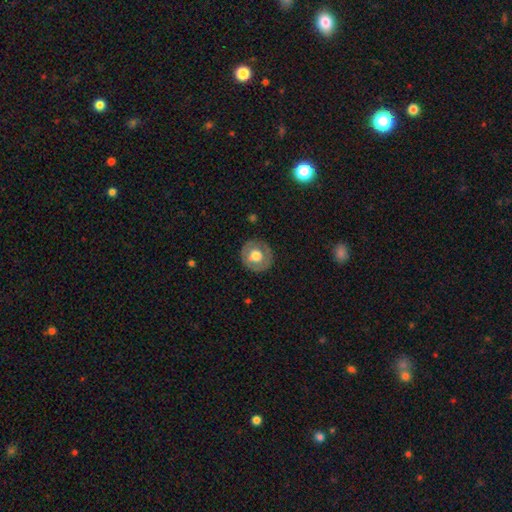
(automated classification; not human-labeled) Smooth or featured?
  - smooth: 53% *
  - featured or disk: 41%
  - star or artifact: 6%
How rounded?
  - round: 89% *
  - in between: 10%
  - cigar-shaped: 1%
Merging?
  - none: 83% *
  - minor disturbance: 12%
  - major disturbance: 4%
  - merger: 1%